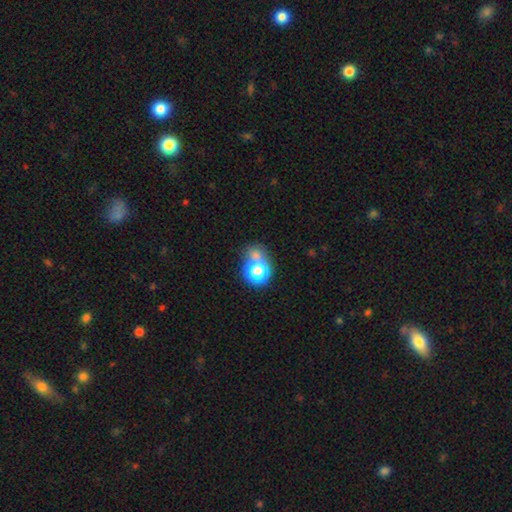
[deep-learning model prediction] smooth 65%, star or artifact 20%, featured or disk 15%. Down the decision tree: how rounded — round (67%); merging — merger (43%).